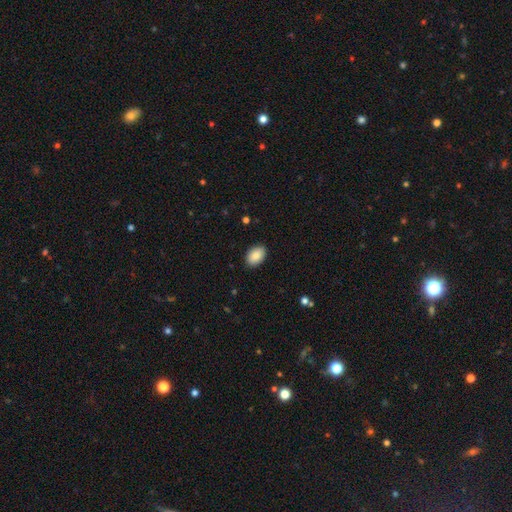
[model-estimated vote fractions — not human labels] This is clearly a smooth galaxy (87%). How rounded: clearly in between (88%). Merging: clearly none (89%).